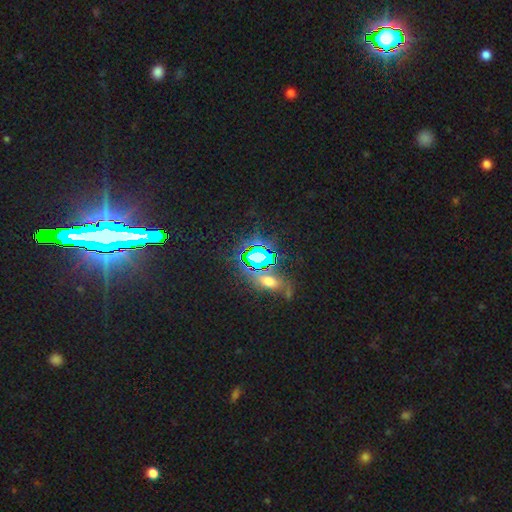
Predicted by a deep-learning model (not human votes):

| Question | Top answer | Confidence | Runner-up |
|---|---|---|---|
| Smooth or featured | star or artifact | 71% | smooth (18%) |